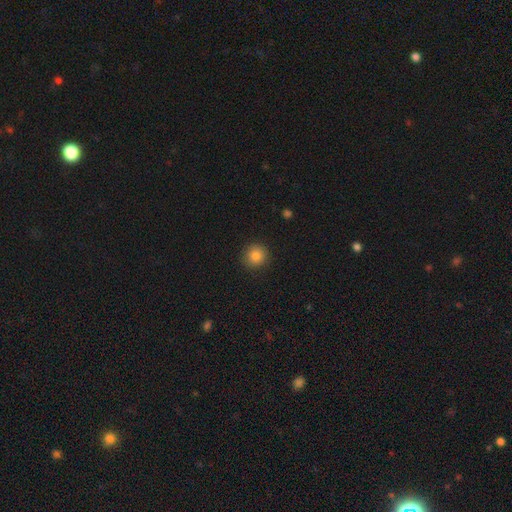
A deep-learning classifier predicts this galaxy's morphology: This appears to be a smooth galaxy with no disk features (86%) that is round (91%). Merging: none (89%).